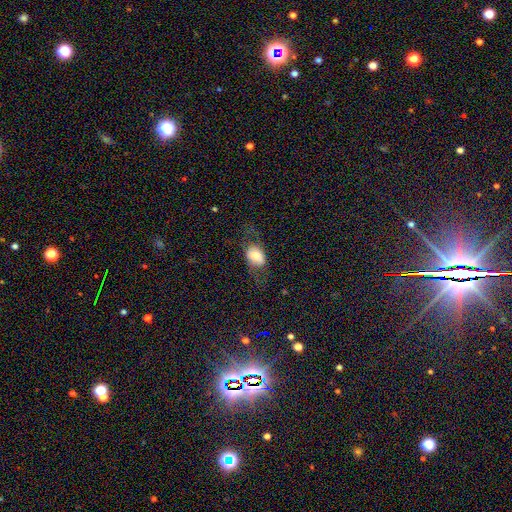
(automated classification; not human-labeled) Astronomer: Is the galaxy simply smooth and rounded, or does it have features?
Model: smooth — 67%.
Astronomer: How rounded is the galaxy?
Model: in between — 79%.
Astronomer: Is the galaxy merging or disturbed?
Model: none — 56%.